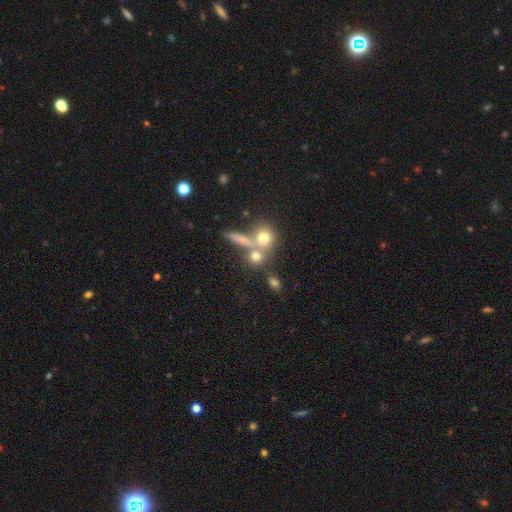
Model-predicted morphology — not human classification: smooth-or-featured: smooth: 66% | featured or disk: 19% | star or artifact: 15%
  how-rounded: round: 68% | in between: 21% | cigar-shaped: 11%
  merging: none: 46% | merger: 38% | minor disturbance: 9% | major disturbance: 6%